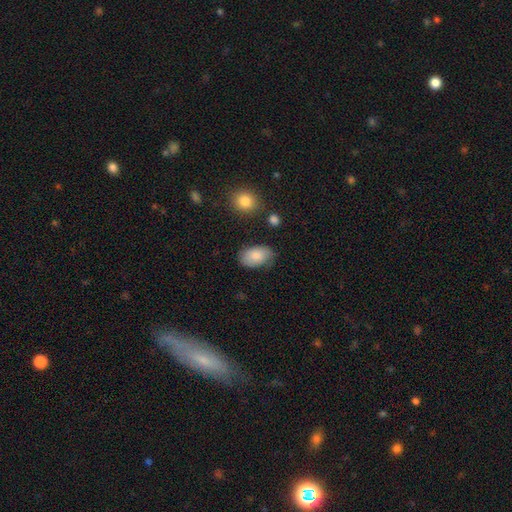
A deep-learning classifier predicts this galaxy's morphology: smooth 84%, featured or disk 9%, star or artifact 7%. Down the decision tree: how rounded — in between (91%); merging — none (72%).